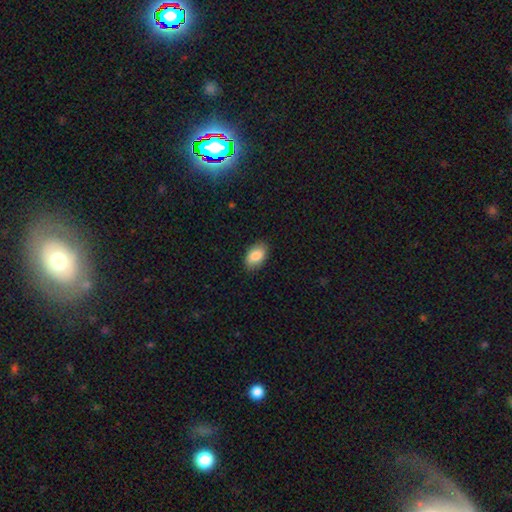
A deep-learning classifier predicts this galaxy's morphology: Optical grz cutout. It shows a smooth galaxy with no disk features (85%) that is in between round and cigar-shaped (92%). Merging: none (87%).